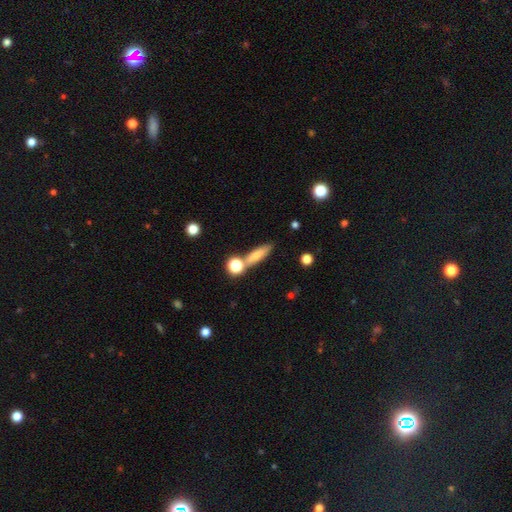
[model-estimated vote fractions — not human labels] A smooth galaxy with no disk features (72%) that is cigar-shaped (57%). Merging: none (65%).